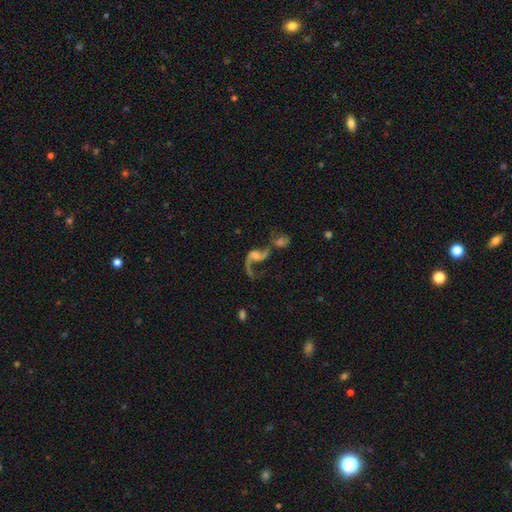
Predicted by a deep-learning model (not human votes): Overall: featured or disk (79%). Edge-on disk: no (96%). Bar: no (55%; weak 34%). Spiral arms: yes (89%). Spiral arm count: 2 (72%). Spiral winding: loose (85%). Bulge size: small (31%; moderate 30%). Merging: merger (43%; none 28%).